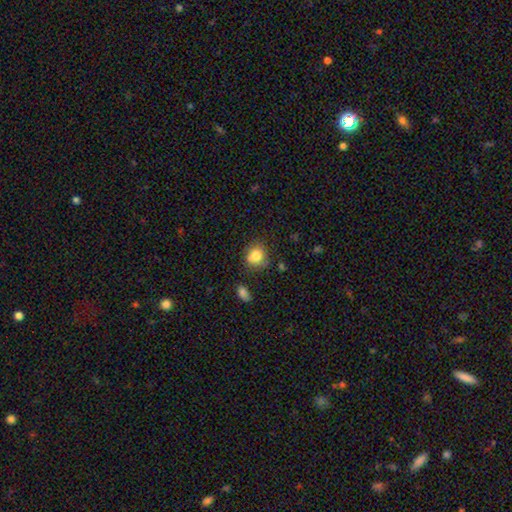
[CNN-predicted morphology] smooth-or-featured: smooth: 80% | star or artifact: 10% | featured or disk: 9%
  how-rounded: round: 71% | in between: 28% | cigar-shaped: 1%
  merging: none: 69% | minor disturbance: 20% | merger: 7% | major disturbance: 5%